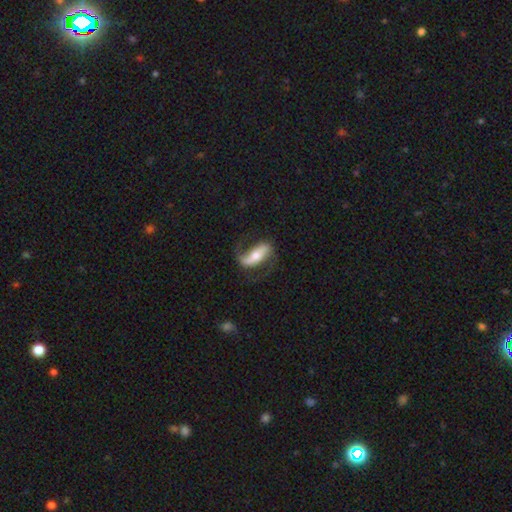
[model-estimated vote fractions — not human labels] featured or disk 69%, smooth 25%, star or artifact 6%. Down the decision tree: edge-on disk — no (85%); bar — strong (56%); spiral arms — yes (87%); spiral arm count — 2 (79%); spiral winding — loose (52%); bulge size — moderate (56%); merging — none (62%).